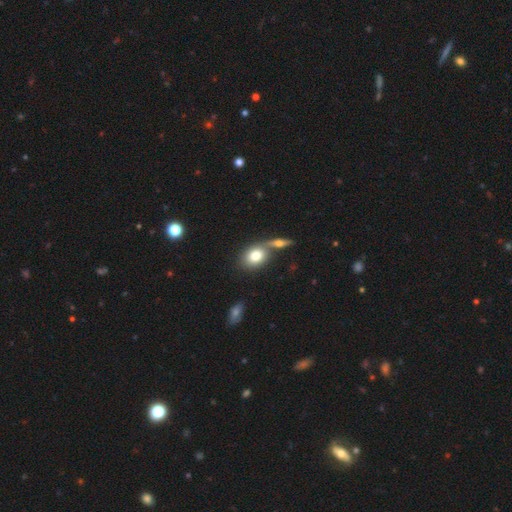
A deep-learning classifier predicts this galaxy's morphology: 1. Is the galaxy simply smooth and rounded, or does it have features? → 77% smooth, 15% featured or disk, 8% star or artifact.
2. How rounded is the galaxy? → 68% in between, 30% round, 2% cigar-shaped.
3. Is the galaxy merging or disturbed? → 48% none, 38% merger, 10% minor disturbance, 4% major disturbance.